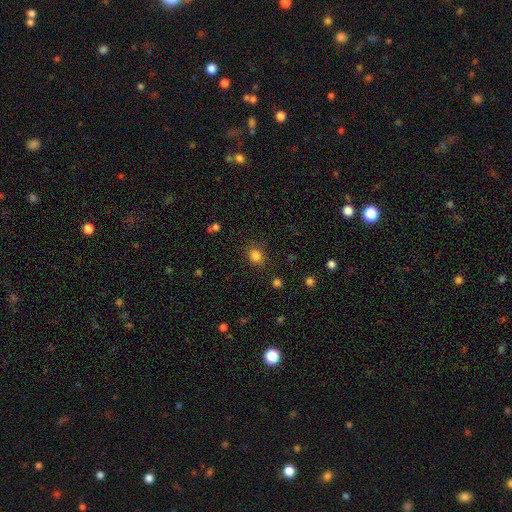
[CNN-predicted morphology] Overall: smooth (82%). How rounded: round (67%; in between 33%). Merging: none (84%).